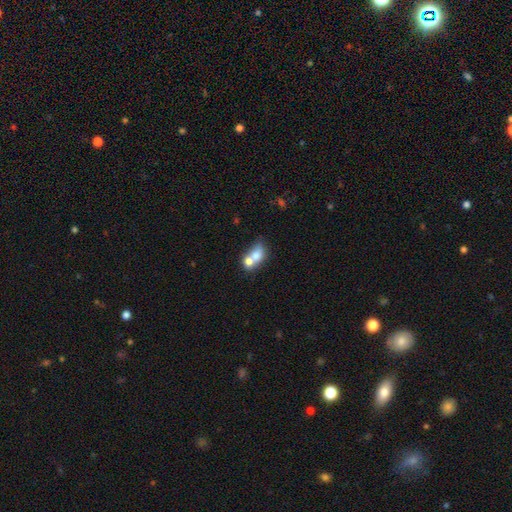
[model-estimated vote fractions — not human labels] Morphology: type=smooth (68%); roundness=in between (59%); merging=merger (70%).